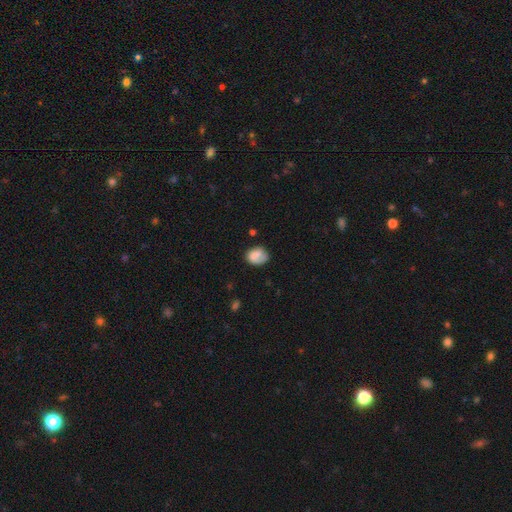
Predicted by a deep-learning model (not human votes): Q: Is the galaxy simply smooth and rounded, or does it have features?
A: smooth — 70%.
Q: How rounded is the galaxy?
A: in between — 53%.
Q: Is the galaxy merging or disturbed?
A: none — 59%.